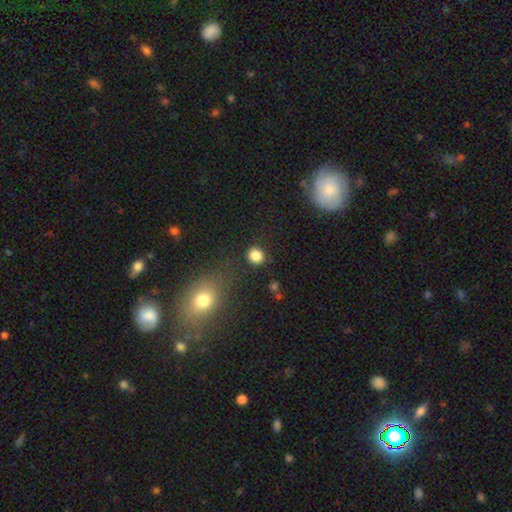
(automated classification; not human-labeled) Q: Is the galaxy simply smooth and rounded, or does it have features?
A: smooth — 84%.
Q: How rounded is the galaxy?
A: round — 84%.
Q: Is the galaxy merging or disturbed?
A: none — 86%.